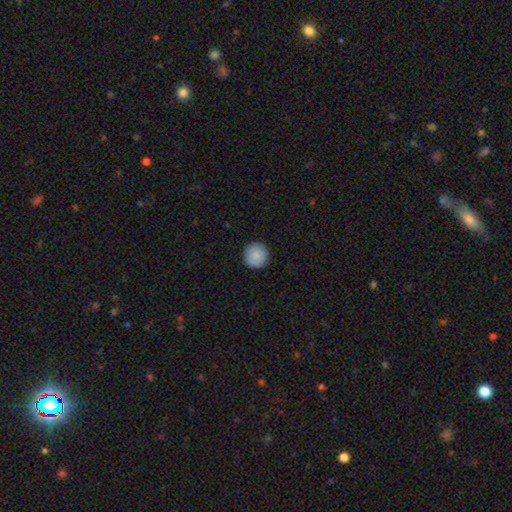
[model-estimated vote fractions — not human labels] Q: Smooth or featured?
A: smooth (89%); runner-up: star or artifact (7%)
Q: How rounded?
A: round (95%); runner-up: in between (4%)
Q: Merging?
A: none (92%); runner-up: minor disturbance (6%)